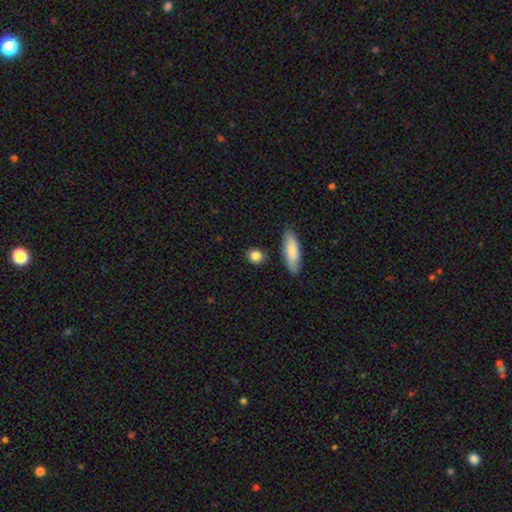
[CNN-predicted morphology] The model was most divided on "how rounded": round: 71%, in between: 21%, cigar-shaped: 8%. More confident: merging — none (86%); smooth or featured — smooth (86%).